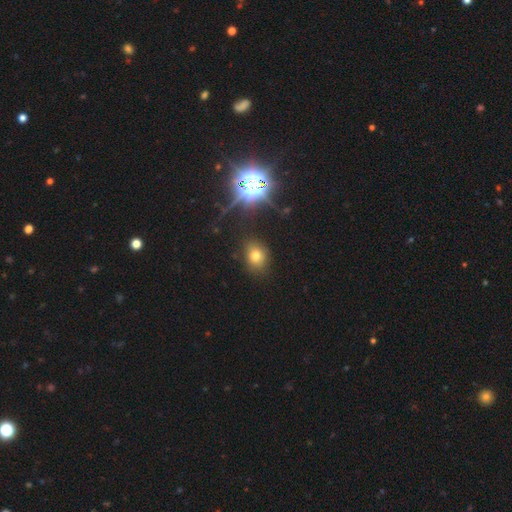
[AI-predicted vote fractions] smooth-or-featured: smooth: 67% | star or artifact: 23% | featured or disk: 10%
  how-rounded: round: 54% | in between: 45% | cigar-shaped: 1%
  merging: none: 84% | minor disturbance: 11% | major disturbance: 3% | merger: 2%